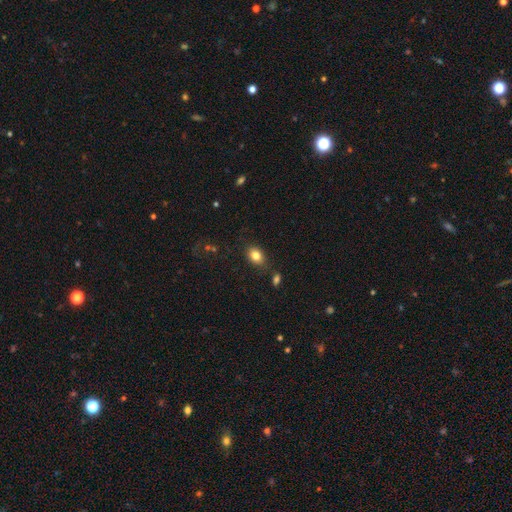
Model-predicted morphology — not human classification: type=smooth (82%); roundness=in between (73%); merging=none (78%).